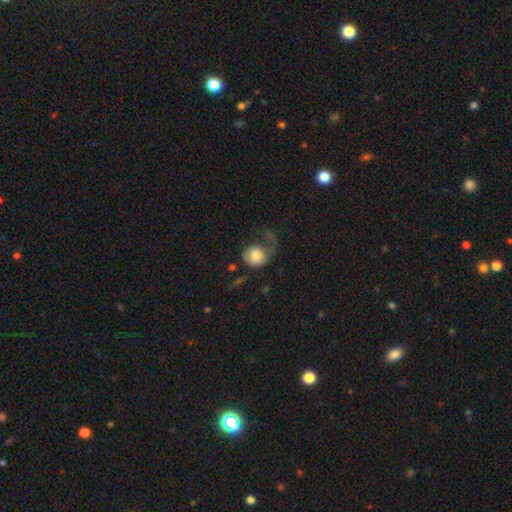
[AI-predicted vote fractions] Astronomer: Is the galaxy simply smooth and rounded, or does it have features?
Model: smooth — 72%.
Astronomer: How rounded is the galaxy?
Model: round — 71%.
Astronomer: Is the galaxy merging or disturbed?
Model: major disturbance — 56%.